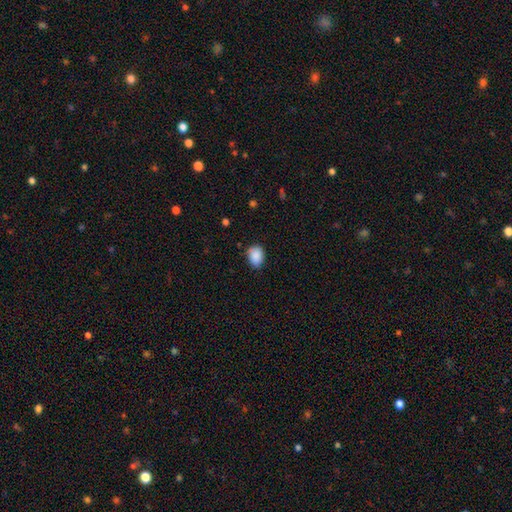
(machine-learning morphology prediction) The model was most divided on "how rounded": in between: 68%, round: 31%, cigar-shaped: 1%. More confident: smooth or featured — smooth (89%); merging — none (77%).